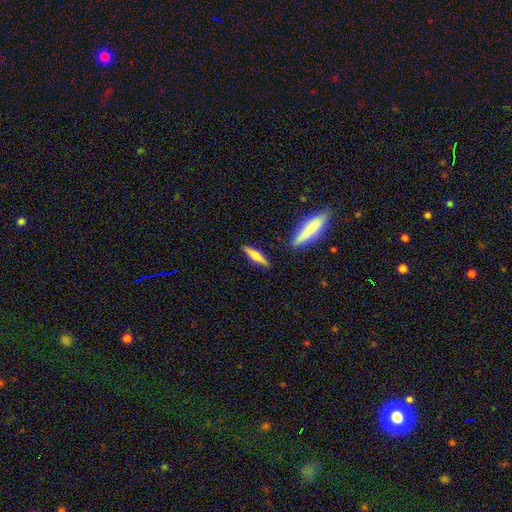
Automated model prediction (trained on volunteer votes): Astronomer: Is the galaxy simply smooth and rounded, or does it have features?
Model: smooth — 64%.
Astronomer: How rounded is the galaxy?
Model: cigar-shaped — 81%.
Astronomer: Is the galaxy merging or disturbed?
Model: none — 84%.